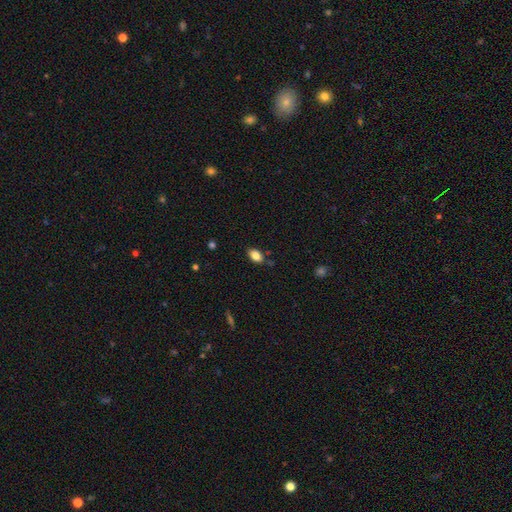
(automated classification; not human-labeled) This appears to be a smooth galaxy with no disk features (84%) that is in between round and cigar-shaped (88%). Merging: none (81%).